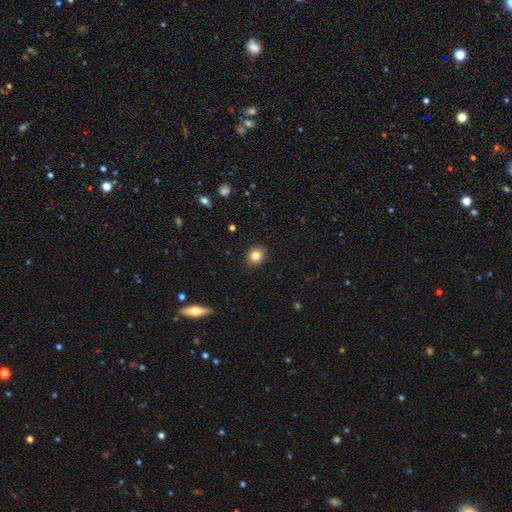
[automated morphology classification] smooth-or-featured: smooth: 83% | star or artifact: 10% | featured or disk: 7%
  how-rounded: round: 64% | in between: 35% | cigar-shaped: 1%
  merging: none: 90% | minor disturbance: 7% | major disturbance: 2% | merger: 1%